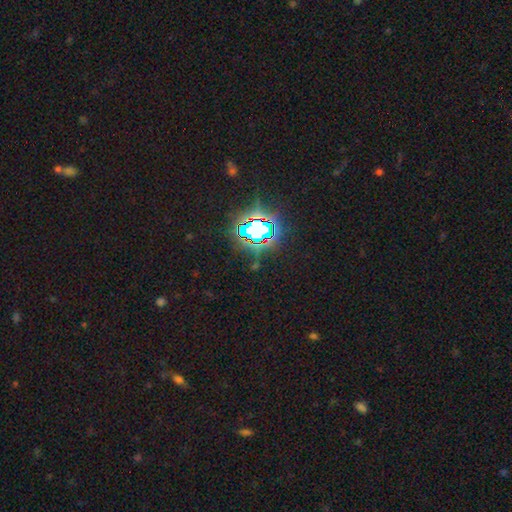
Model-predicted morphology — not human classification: Smooth or featured? Predicted: star or artifact (p=0.81).